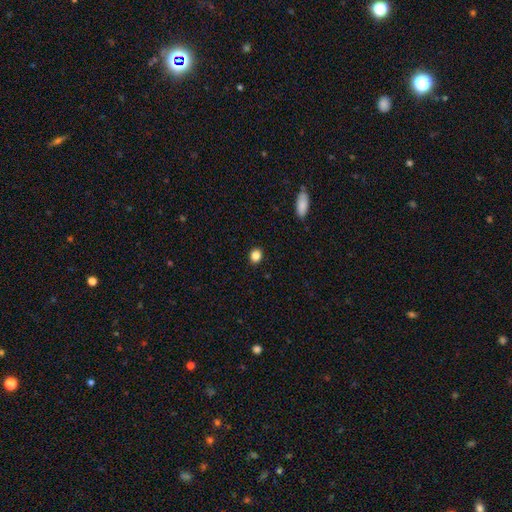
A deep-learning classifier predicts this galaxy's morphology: Smooth or featured? Predicted: smooth (p=0.86). How rounded? Predicted: round (p=0.66). Merging? Predicted: none (p=0.91).